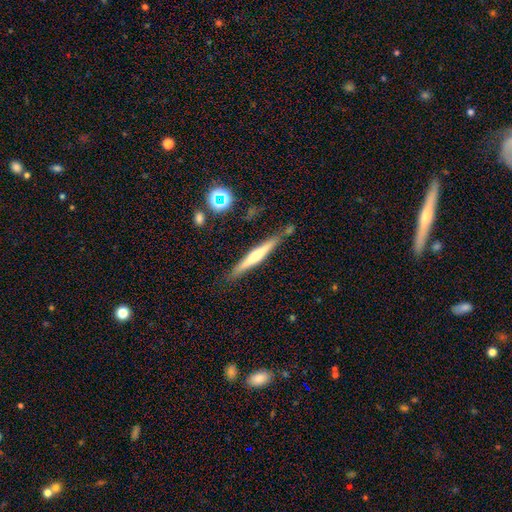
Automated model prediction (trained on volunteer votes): Overall: featured or disk (57%; smooth 36%). Edge-on disk: yes (96%). Edge-on bulge: rounded (70%). Merging: none (83%).